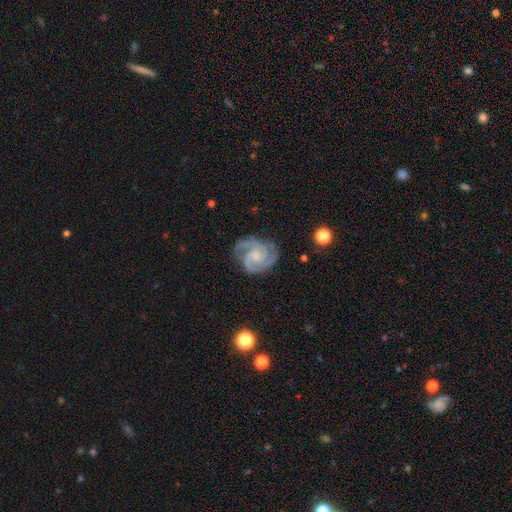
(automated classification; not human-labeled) A featured or disk galaxy (90%) with no bar (60%), 3 (50%) tight (50%) spiral arms (98%) and a small central bulge (55%). Merging: none (75%).